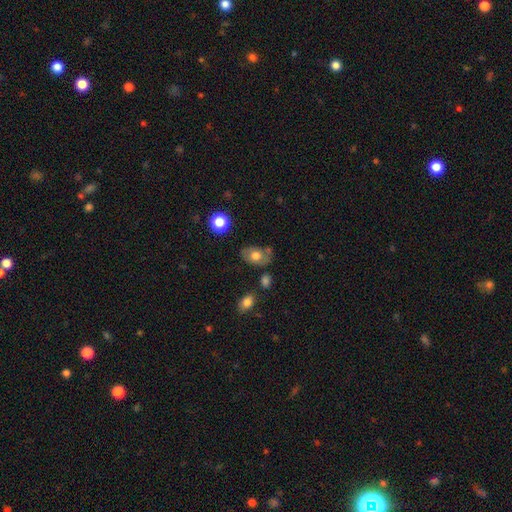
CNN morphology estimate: smooth_or_featured: smooth (p=0.68) [alt: featured or disk p=0.24]
how_rounded: in between (p=0.83) [alt: round p=0.16]
merging: none (p=0.66) [alt: minor disturbance p=0.20]